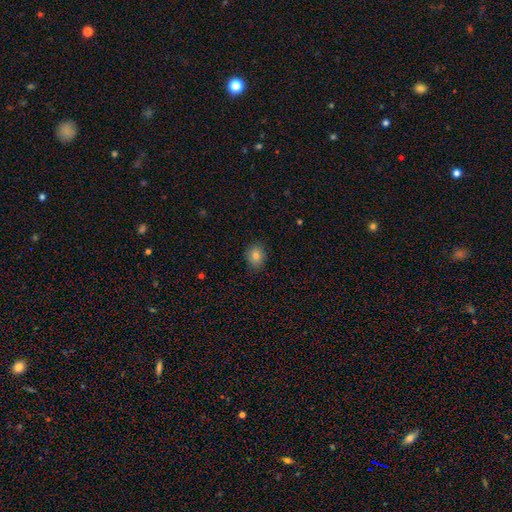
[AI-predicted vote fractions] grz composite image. It shows a smooth galaxy with no disk features (80%) that is round (63%). Merging: none (87%).